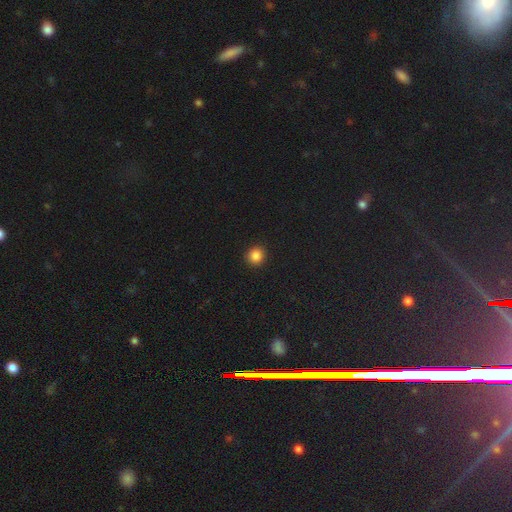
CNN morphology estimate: Smooth or featured?
  - smooth: 86% *
  - star or artifact: 11%
  - featured or disk: 3%
How rounded?
  - round: 91% *
  - in between: 8%
  - cigar-shaped: 1%
Merging?
  - none: 93% *
  - minor disturbance: 5%
  - major disturbance: 2%
  - merger: 1%